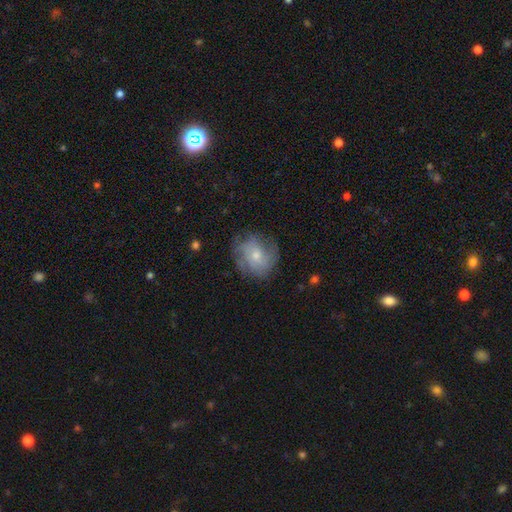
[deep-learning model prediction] A featured or disk galaxy (53%) with no bar (79%), spiral arms (76%) and a small central bulge (53%).

Vote fractions:
- Smooth or featured? featured or disk: 53% / smooth: 38% / star or artifact: 10%
- Edge-on disk? no: 97% / yes: 3%
- Bar? no: 79% / weak: 18% / strong: 3%
- Spiral arms? yes: 76% / no: 24%
- Bulge size? small: 53% / moderate: 41% / large: 3% / none: 2% / dominant: 1%
- Merging? none: 69% / minor disturbance: 20% / major disturbance: 10% / merger: 1%